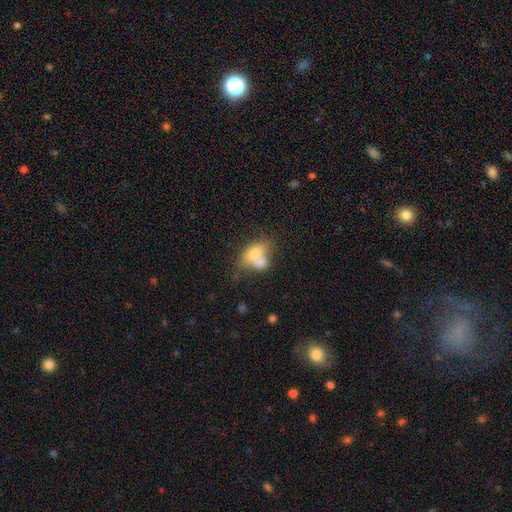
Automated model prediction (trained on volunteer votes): Q: Smooth or featured?
A: smooth (67%); runner-up: featured or disk (24%)
Q: How rounded?
A: in between (70%); runner-up: round (27%)
Q: Merging?
A: merger (65%); runner-up: none (19%)